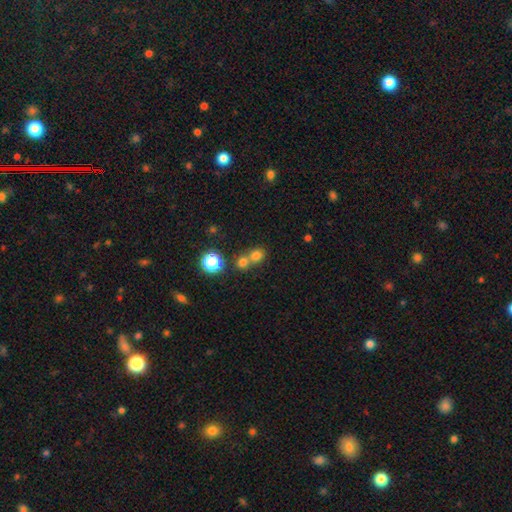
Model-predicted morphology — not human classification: Smooth or featured: smooth — 73% (star or artifact — 18%)
How rounded: round — 81% (in between — 18%)
Merging: merger — 49% (none — 43%)